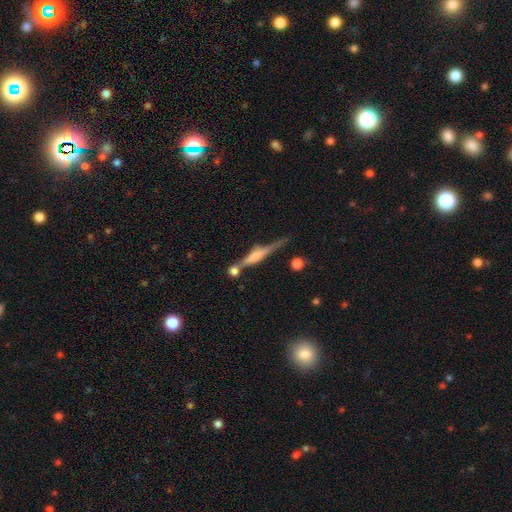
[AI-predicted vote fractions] The model was most divided on "edge-on bulge": rounded: 53%, boxy: 35%, none: 12%. More confident: edge-on disk — yes (96%); smooth or featured — featured or disk (69%); merging — none (65%).